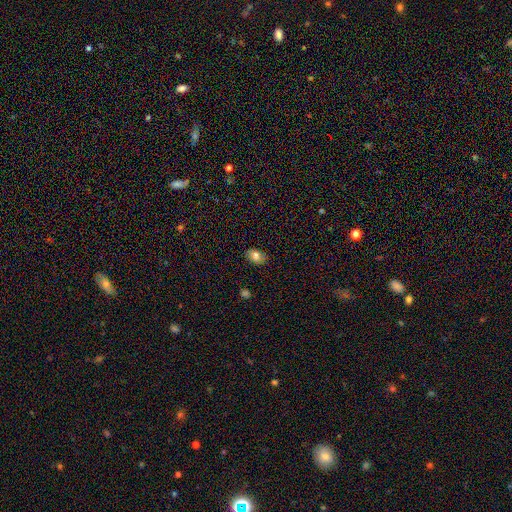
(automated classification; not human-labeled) Morphology: type=smooth (78%); roundness=in between (81%); merging=none (84%).